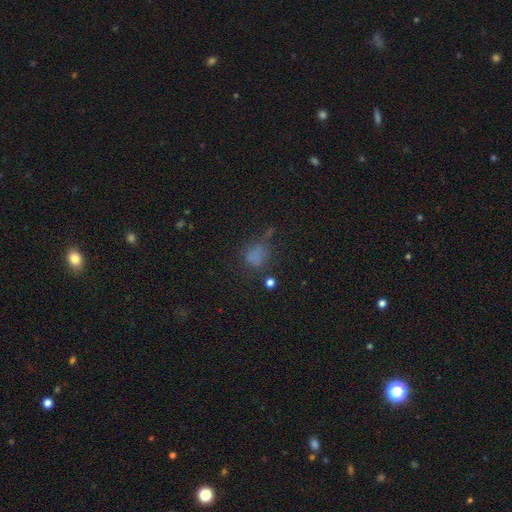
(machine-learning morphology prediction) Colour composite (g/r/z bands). It shows a smooth galaxy with no disk features (64%) that is round (52%). Merging: none (51%).